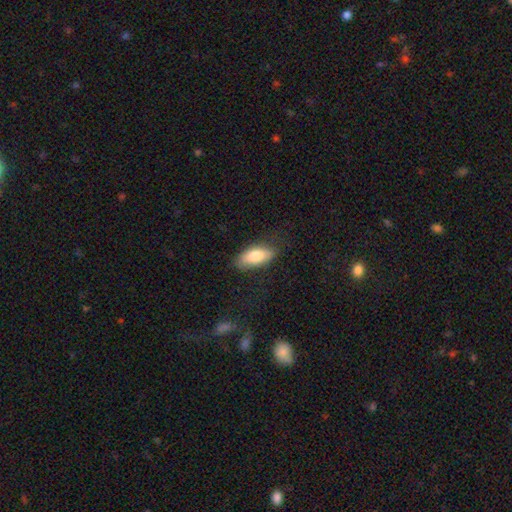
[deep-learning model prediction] smooth_or_featured: smooth (p=0.79) [alt: featured or disk p=0.15]
how_rounded: in between (p=0.85) [alt: cigar-shaped p=0.12]
merging: none (p=0.77) [alt: minor disturbance p=0.17]